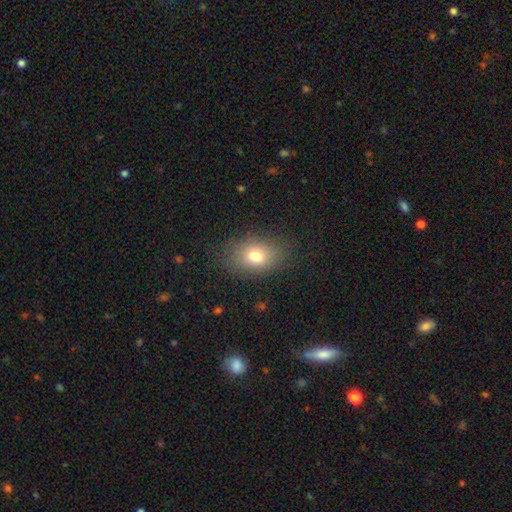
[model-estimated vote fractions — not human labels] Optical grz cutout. It shows a smooth galaxy with no disk features (74%) that is in between round and cigar-shaped (70%). Merging: none (82%).